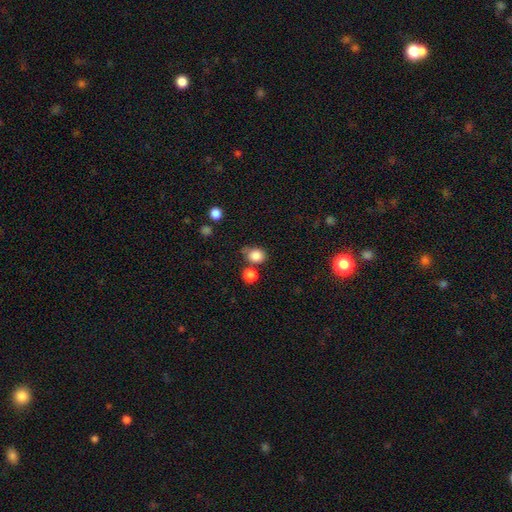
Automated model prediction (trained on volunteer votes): This is clearly a smooth galaxy (84%). How rounded: likely round (62%). Merging: likely none (61%).